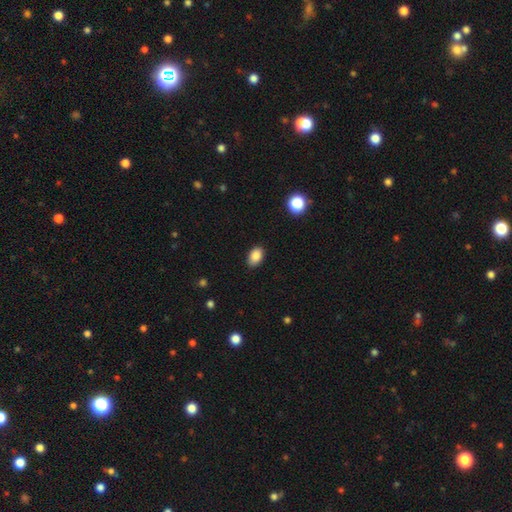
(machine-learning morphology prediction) smooth 87%, star or artifact 9%, featured or disk 4%. Down the decision tree: how rounded — in between (87%); merging — none (85%).